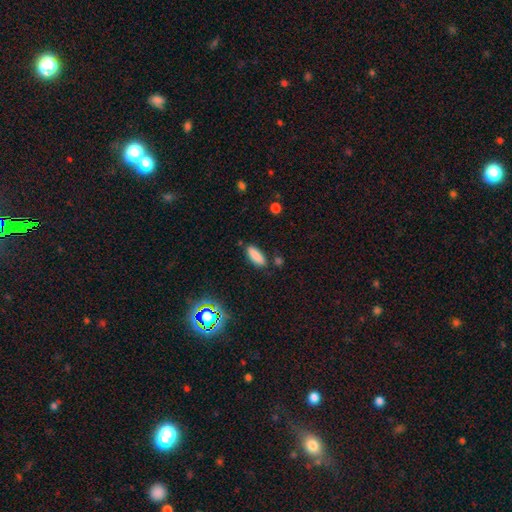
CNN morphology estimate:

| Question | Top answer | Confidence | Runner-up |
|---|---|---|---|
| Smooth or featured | smooth | 85% | star or artifact (9%) |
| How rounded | in between | 63% | cigar-shaped (35%) |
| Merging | none | 82% | minor disturbance (12%) |